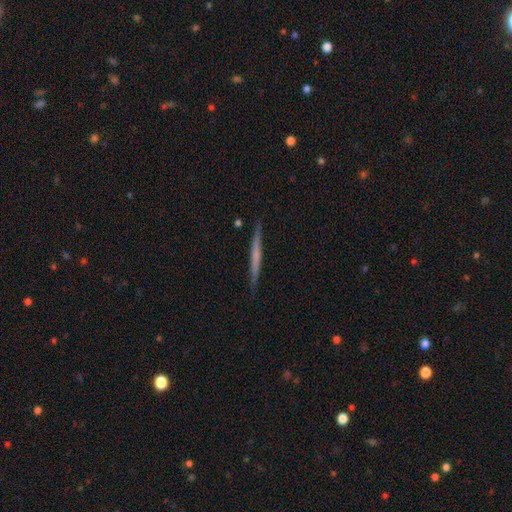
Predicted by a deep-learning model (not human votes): smooth_or_featured: featured or disk (p=0.54) [alt: smooth p=0.41]
disk_edge_on: yes (p=0.97) [alt: no p=0.03]
edge_on_bulge: none (p=0.82) [alt: rounded p=0.12]
merging: none (p=0.91) [alt: minor disturbance p=0.07]